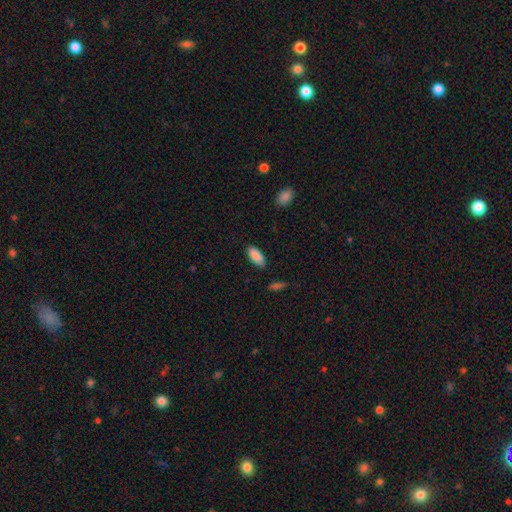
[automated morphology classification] Smooth or featured? Predicted: smooth (p=0.88). How rounded? Predicted: in between (p=0.87). Merging? Predicted: none (p=0.83).